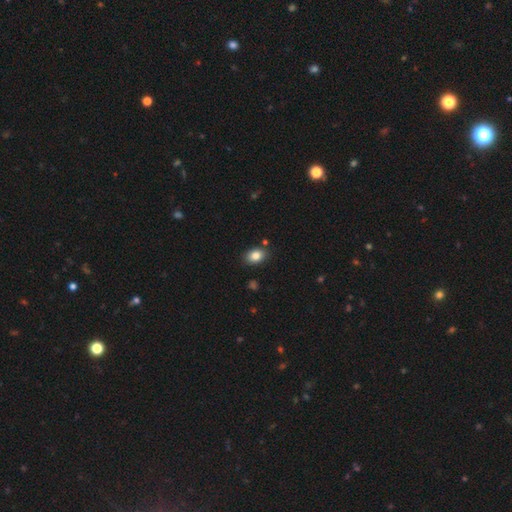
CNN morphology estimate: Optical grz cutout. It shows a smooth galaxy with no disk features (84%) that is in between round and cigar-shaped (77%). Merging: none (85%).